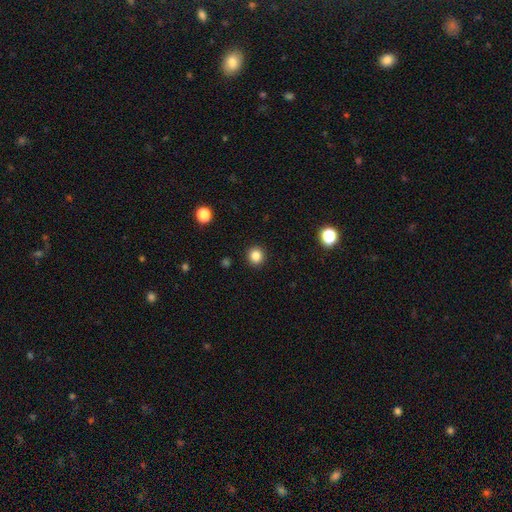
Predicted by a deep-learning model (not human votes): Smooth or featured: smooth — 84% (star or artifact — 12%)
How rounded: round — 93% (in between — 6%)
Merging: none — 93% (minor disturbance — 5%)